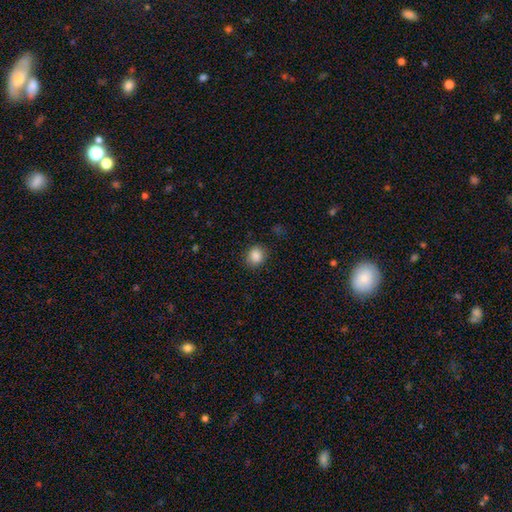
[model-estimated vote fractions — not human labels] smooth 86%, star or artifact 10%, featured or disk 4%. Down the decision tree: how rounded — round (72%); merging — none (86%).